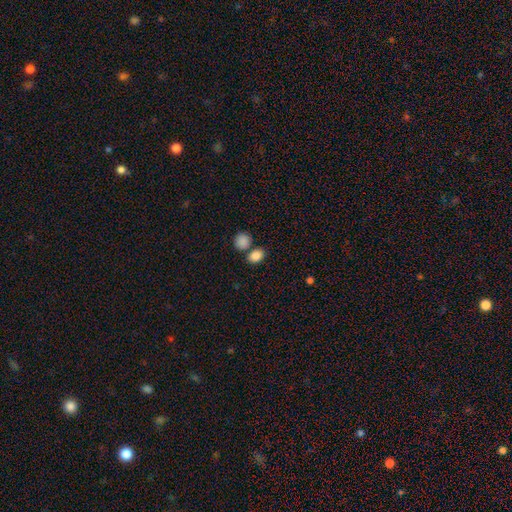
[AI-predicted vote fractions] Morphology: type=smooth (86%); roundness=in between (59%); merging=none (64%).